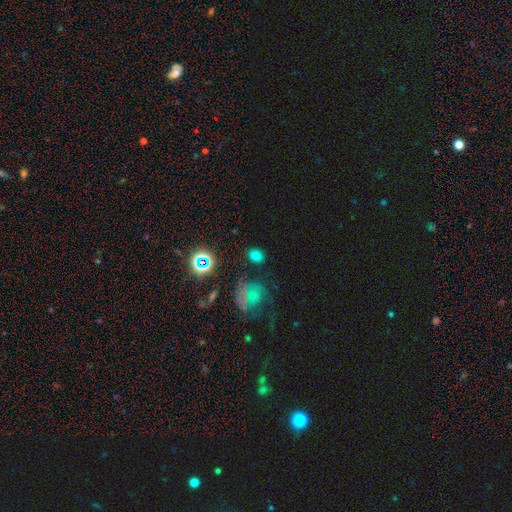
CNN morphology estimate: Overall: smooth (64%; star or artifact 28%). How rounded: in between (58%; round 41%). Merging: none (80%).